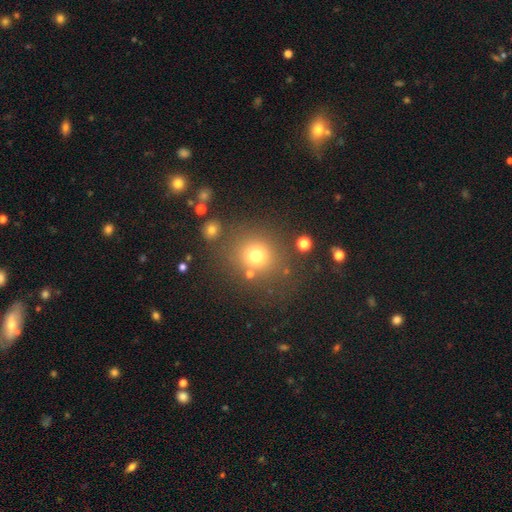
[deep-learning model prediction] Smooth or featured? smooth (73%)
How rounded? round (88%)
Merging? none (78%)